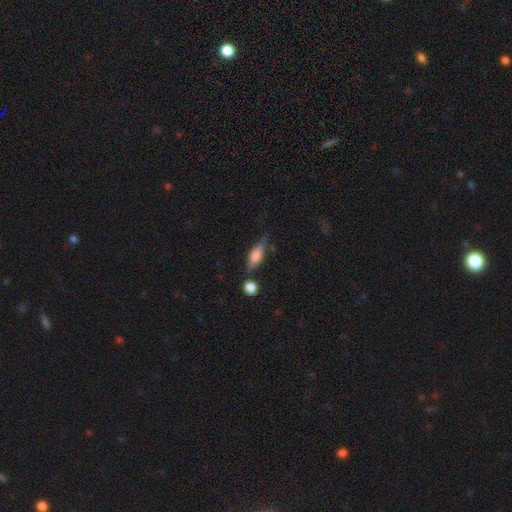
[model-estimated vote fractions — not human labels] Smooth or featured? Predicted: smooth (p=0.49). Merging? Predicted: none (p=0.68).